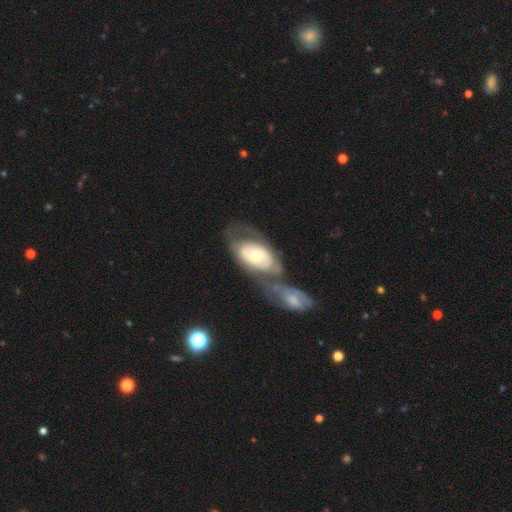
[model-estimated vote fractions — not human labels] smooth-or-featured: featured or disk: 56% | smooth: 39% | star or artifact: 5%
  disk-edge-on: no: 92% | yes: 8%
    bar: no: 84% | weak: 12% | strong: 5%
    has-spiral-arms: no: 61% | yes: 39%
    bulge-size: moderate: 56% | small: 33% | large: 8% | dominant: 2% | none: 1%
  merging: merger: 48% | none: 28% | minor disturbance: 13% | major disturbance: 11%